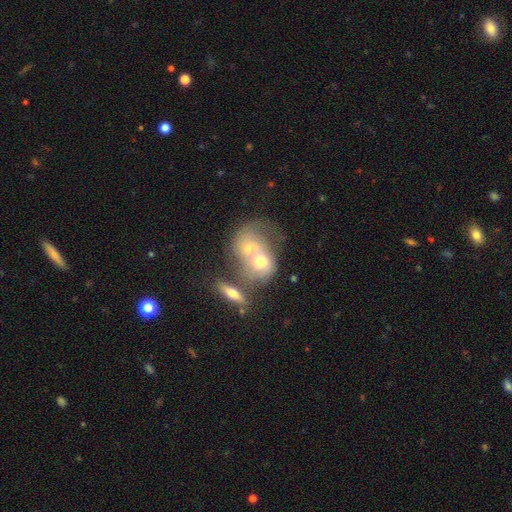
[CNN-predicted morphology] A featured or disk galaxy (51%). Merging: merger (73%).